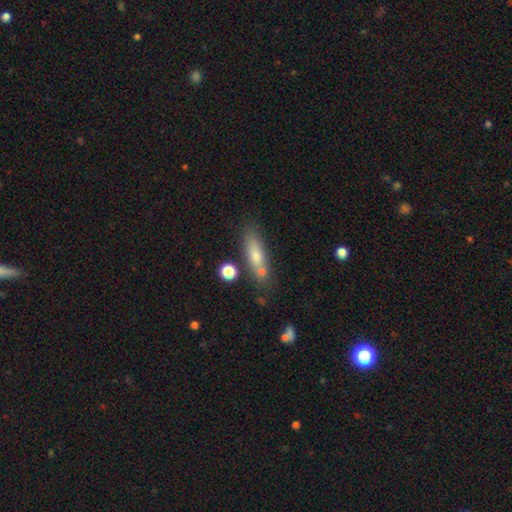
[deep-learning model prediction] smooth_or_featured: smooth (p=0.67) [alt: featured or disk p=0.24]
how_rounded: cigar-shaped (p=0.57) [alt: in between p=0.39]
merging: none (p=0.67) [alt: minor disturbance p=0.15]